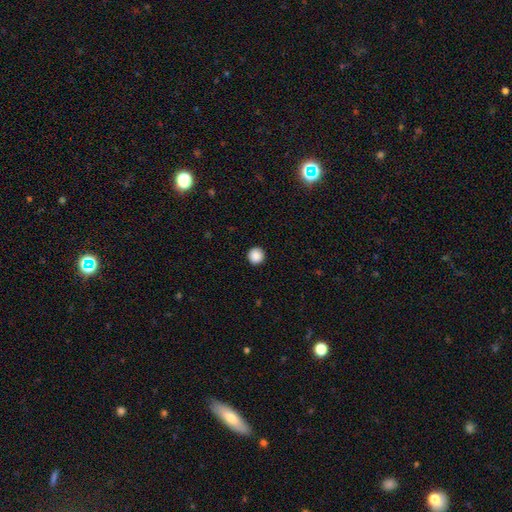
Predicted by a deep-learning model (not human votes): smooth_or_featured: smooth (p=0.89) [alt: star or artifact p=0.09]
how_rounded: round (p=0.96) [alt: in between p=0.03]
merging: none (p=0.93) [alt: minor disturbance p=0.04]